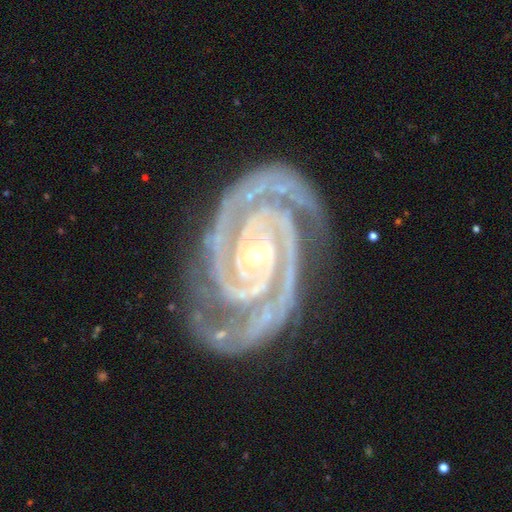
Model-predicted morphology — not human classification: Smooth or featured? featured or disk (94%)
Edge-on disk? no (98%)
Bar? no (55%)
Spiral arms? yes (99%)
Spiral winding? tight (83%)
Spiral arm count? 2 (81%)
Bulge size? small (82%)
Merging? none (77%)